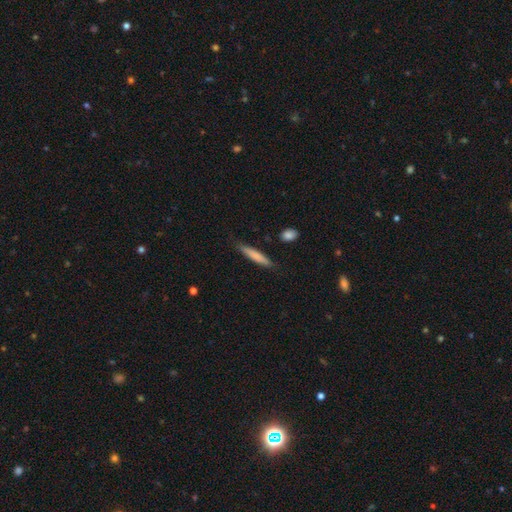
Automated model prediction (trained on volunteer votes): Morphology: type=smooth (77%); roundness=cigar-shaped (91%); merging=none (84%).